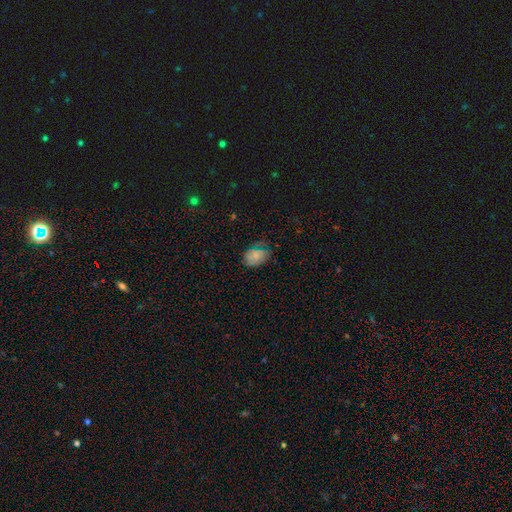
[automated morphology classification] smooth-or-featured: smooth: 72% | star or artifact: 14% | featured or disk: 14%
  how-rounded: in between: 81% | round: 18% | cigar-shaped: 1%
  merging: none: 62% | minor disturbance: 28% | major disturbance: 9% | merger: 2%